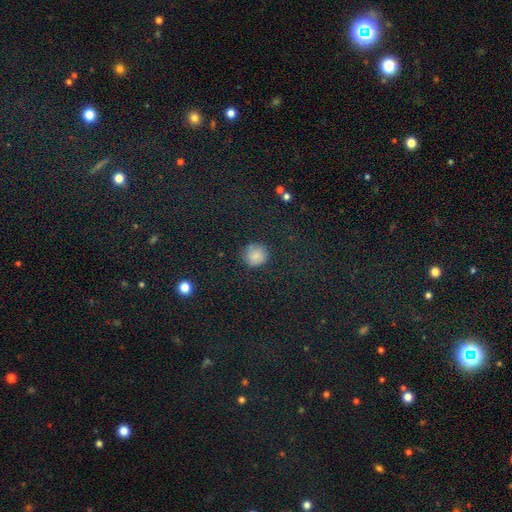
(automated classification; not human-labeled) Smooth or featured? Predicted: smooth (p=0.75). How rounded? Predicted: round (p=0.89). Merging? Predicted: none (p=0.82).